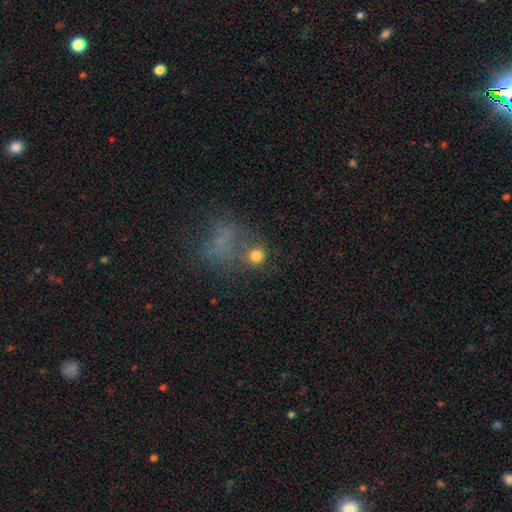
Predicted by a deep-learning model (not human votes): This appears to be a smooth galaxy with no disk features (73%) that is round (84%). Merging: none (55%).